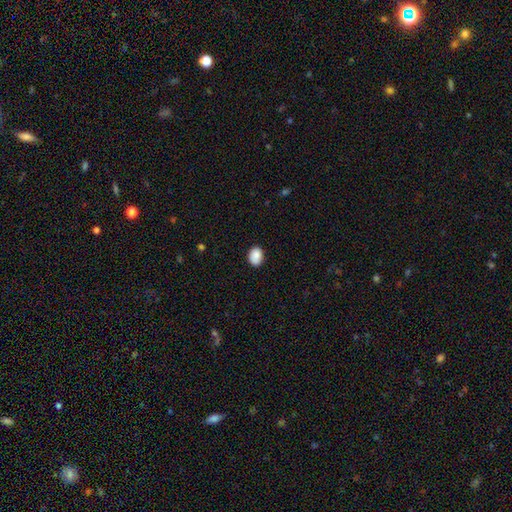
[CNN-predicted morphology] smooth_or_featured: smooth (p=0.87) [alt: star or artifact p=0.08]
how_rounded: in between (p=0.70) [alt: round p=0.29]
merging: none (p=0.83) [alt: minor disturbance p=0.13]